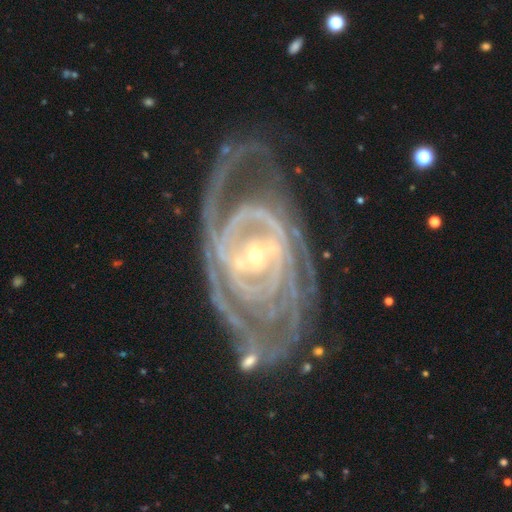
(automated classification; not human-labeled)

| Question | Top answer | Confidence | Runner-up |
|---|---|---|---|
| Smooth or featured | featured or disk | 91% | star or artifact (5%) |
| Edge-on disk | no | 96% | yes (4%) |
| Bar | weak | 36% | strong (33%) |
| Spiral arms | yes | 97% | no (3%) |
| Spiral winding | tight | 71% | medium (24%) |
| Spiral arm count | can't tell | 27% | 2 (25%) |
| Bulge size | small | 75% | moderate (21%) |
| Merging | none | 60% | minor disturbance (21%) |